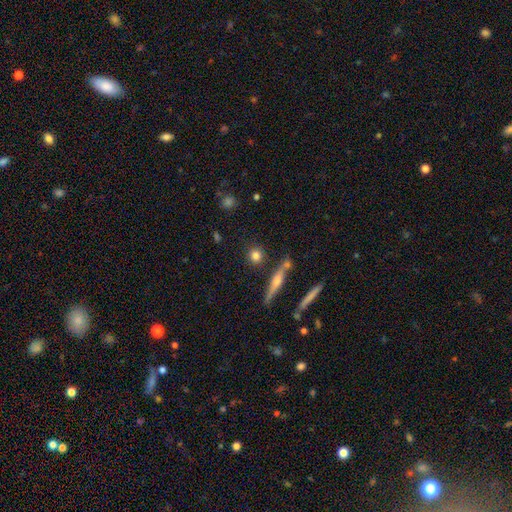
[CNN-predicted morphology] A smooth galaxy with no disk features (77%) that is round (86%). Merging: none (83%).